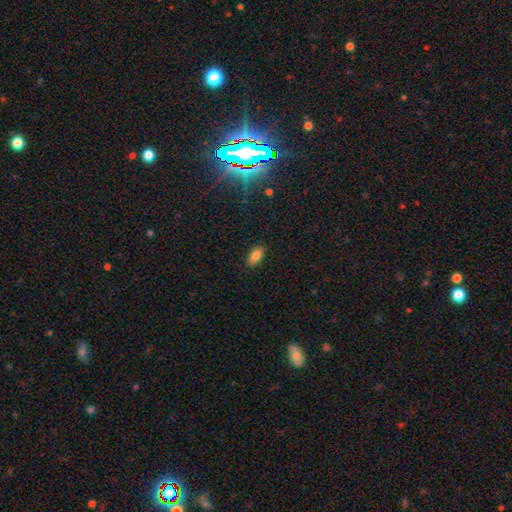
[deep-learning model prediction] smooth-or-featured: smooth: 84% | star or artifact: 9% | featured or disk: 7%
  how-rounded: in between: 88% | cigar-shaped: 9% | round: 3%
  merging: none: 87% | minor disturbance: 10% | major disturbance: 2% | merger: 1%